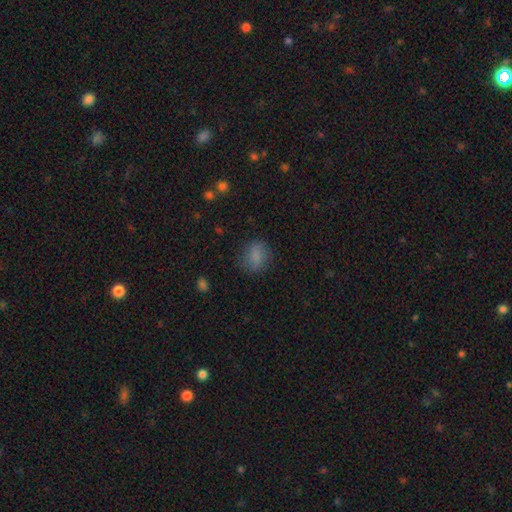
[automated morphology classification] smooth_or_featured: smooth (p=0.78) [alt: star or artifact p=0.11]
how_rounded: round (p=0.57) [alt: in between p=0.41]
merging: none (p=0.74) [alt: minor disturbance p=0.18]